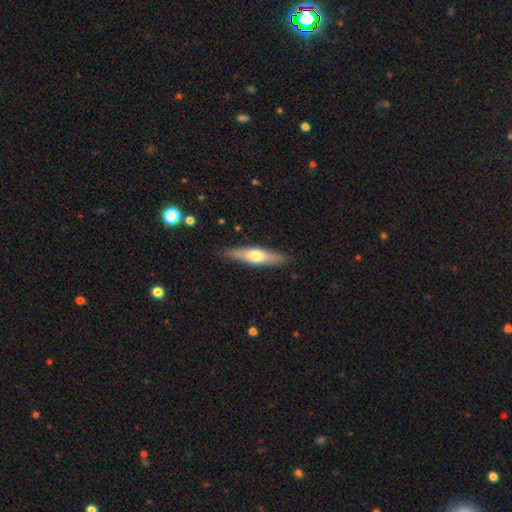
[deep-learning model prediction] A smooth galaxy with no disk features (49%). Merging: none (88%).